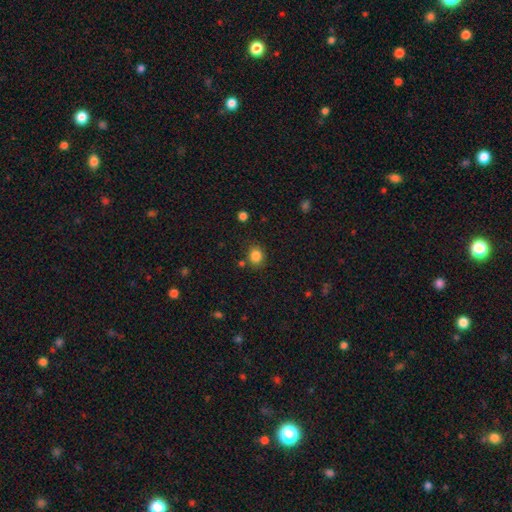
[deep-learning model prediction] Q: Smooth or featured?
A: smooth (84%); runner-up: star or artifact (12%)
Q: How rounded?
A: round (71%); runner-up: in between (28%)
Q: Merging?
A: none (80%); runner-up: minor disturbance (12%)